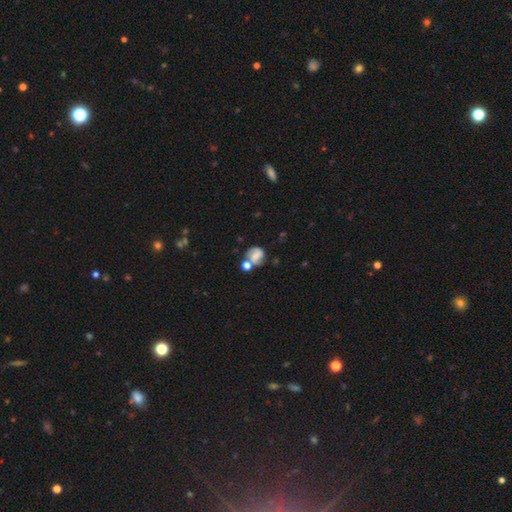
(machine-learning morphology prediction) A featured or disk galaxy (52%) with no bar (47%), spiral arms (82%) and a small central bulge (37%).

Vote fractions:
- Smooth or featured? featured or disk: 52% / smooth: 38% / star or artifact: 10%
- Edge-on disk? no: 98% / yes: 2%
- Bar? no: 47% / weak: 38% / strong: 15%
- Spiral arms? yes: 82% / no: 18%
- Bulge size? small: 37% / none: 31% / moderate: 23% / large: 6% / dominant: 2%
- Merging? none: 44% / merger: 28% / minor disturbance: 19% / major disturbance: 10%